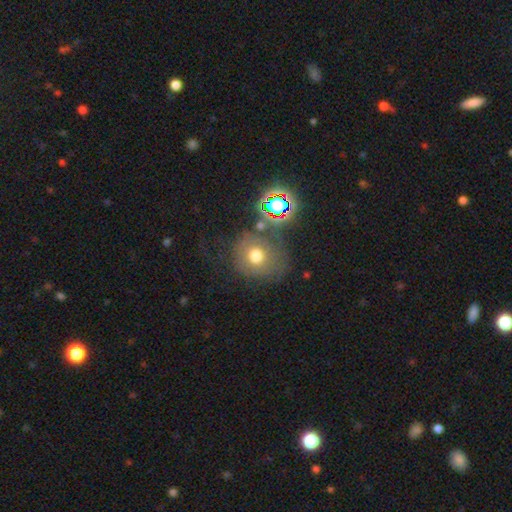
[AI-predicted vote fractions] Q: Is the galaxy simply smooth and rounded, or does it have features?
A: smooth — 61%.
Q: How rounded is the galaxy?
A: round — 88%.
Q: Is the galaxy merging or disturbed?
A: none — 63%.